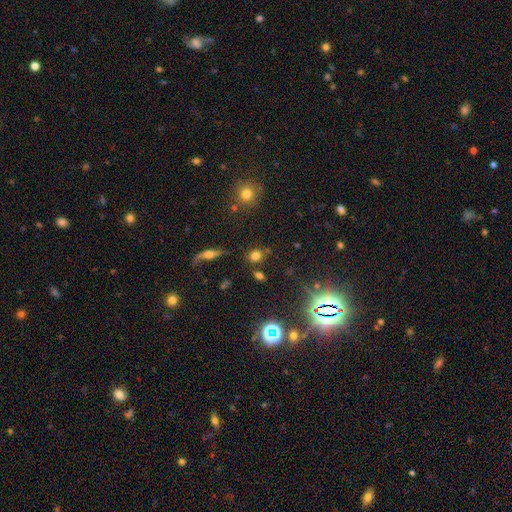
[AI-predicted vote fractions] smooth-or-featured: smooth: 71% | star or artifact: 20% | featured or disk: 9%
  how-rounded: round: 62% | in between: 35% | cigar-shaped: 3%
  merging: none: 78% | minor disturbance: 11% | merger: 7% | major disturbance: 4%